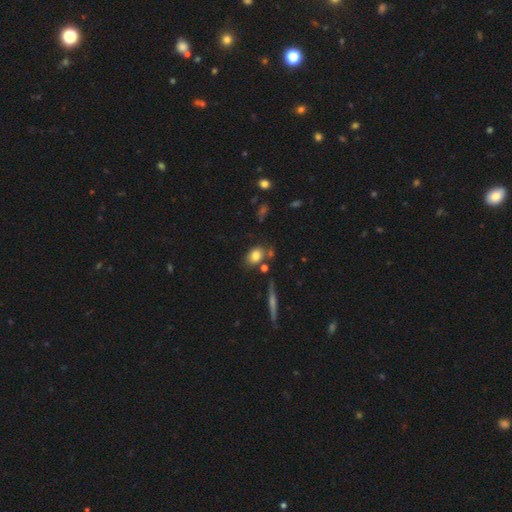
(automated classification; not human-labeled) Smooth or featured?
  - smooth: 80% *
  - featured or disk: 11%
  - star or artifact: 9%
How rounded?
  - in between: 68% *
  - round: 29%
  - cigar-shaped: 3%
Merging?
  - none: 69% *
  - minor disturbance: 15%
  - merger: 12%
  - major disturbance: 5%